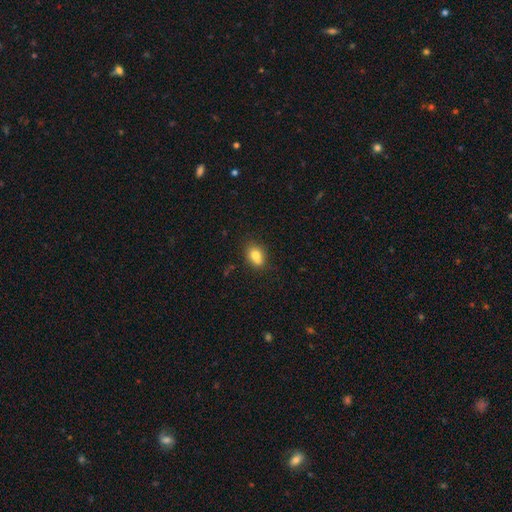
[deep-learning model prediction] Overall: smooth (77%). How rounded: in between (64%; round 34%). Merging: none (54%; merger 21%).